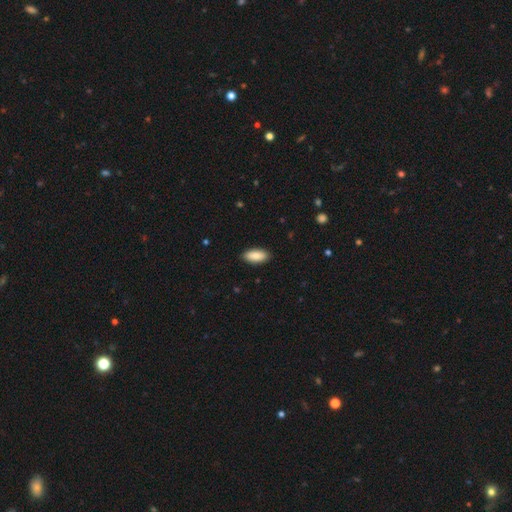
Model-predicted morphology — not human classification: type=smooth (87%); roundness=in between (89%); merging=none (89%).